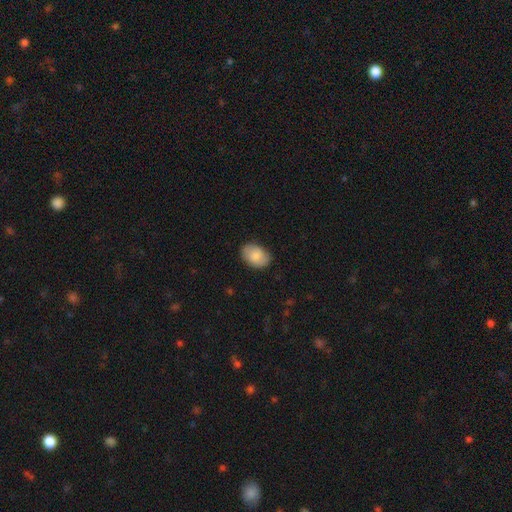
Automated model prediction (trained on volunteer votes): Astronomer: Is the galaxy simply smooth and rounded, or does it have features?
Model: smooth — 84%.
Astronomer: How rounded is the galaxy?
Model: in between — 84%.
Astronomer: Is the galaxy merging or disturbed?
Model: none — 84%.